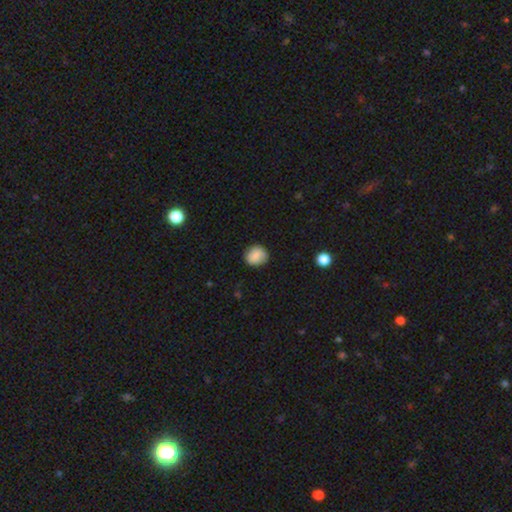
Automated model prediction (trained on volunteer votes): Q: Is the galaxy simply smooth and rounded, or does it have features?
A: smooth — 87%.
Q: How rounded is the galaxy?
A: round — 76%.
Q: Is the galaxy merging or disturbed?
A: none — 85%.